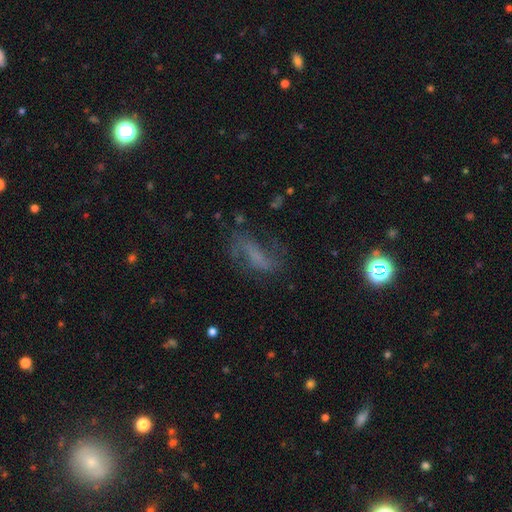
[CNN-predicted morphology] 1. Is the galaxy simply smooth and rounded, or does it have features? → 48% featured or disk, 31% smooth, 20% star or artifact.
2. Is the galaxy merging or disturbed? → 56% none, 21% minor disturbance, 20% major disturbance, 3% merger.